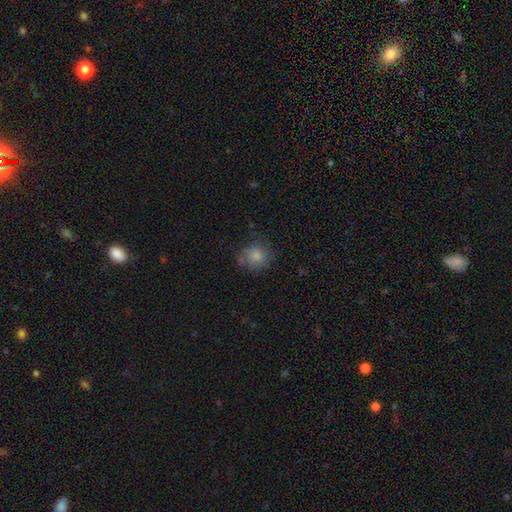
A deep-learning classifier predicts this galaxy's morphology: This appears to be a smooth galaxy with no disk features (80%) that is round (85%). Merging: none (66%).